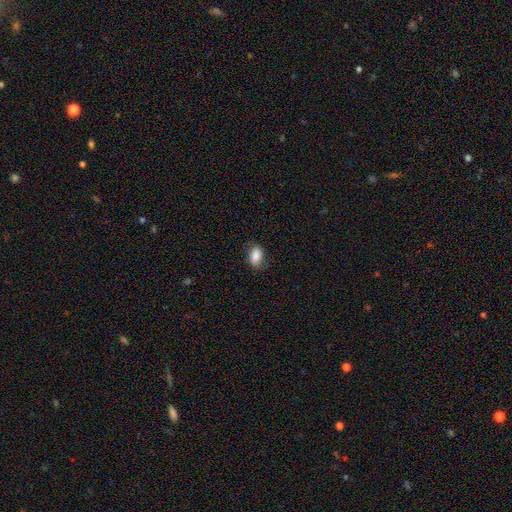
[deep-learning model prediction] Smooth or featured?
  - smooth: 84% *
  - featured or disk: 8%
  - star or artifact: 7%
How rounded?
  - in between: 85% *
  - round: 13%
  - cigar-shaped: 2%
Merging?
  - none: 75% *
  - minor disturbance: 18%
  - major disturbance: 5%
  - merger: 1%